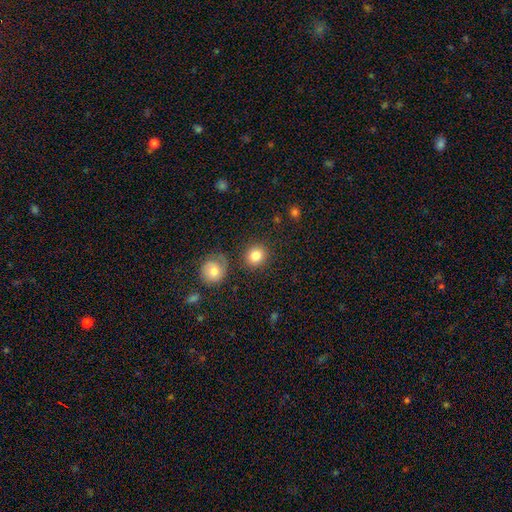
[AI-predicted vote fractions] Smooth or featured: smooth — 84% (star or artifact — 9%)
How rounded: round — 85% (in between — 14%)
Merging: none — 83% (minor disturbance — 8%)